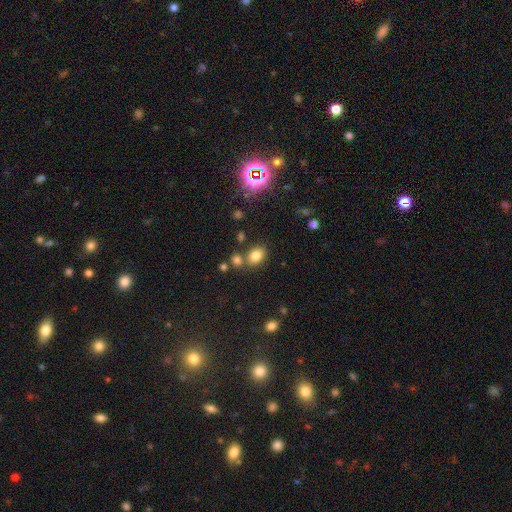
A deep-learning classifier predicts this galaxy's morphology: Q: Smooth or featured?
A: smooth (78%); runner-up: star or artifact (14%)
Q: How rounded?
A: in between (64%); runner-up: round (35%)
Q: Merging?
A: none (68%); runner-up: merger (16%)